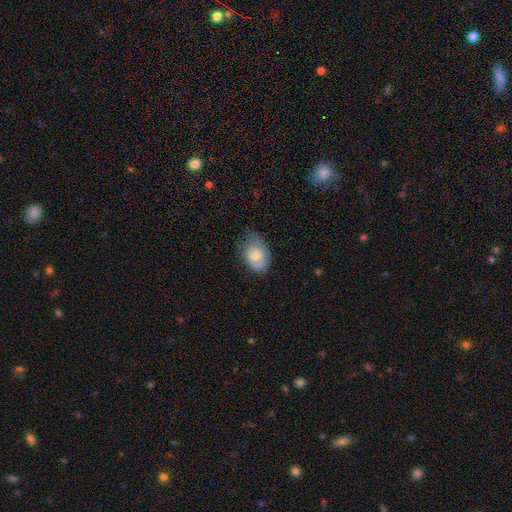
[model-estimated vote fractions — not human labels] Smooth or featured: smooth — 74% (featured or disk — 19%)
How rounded: in between — 81% (round — 18%)
Merging: none — 55% (minor disturbance — 34%)